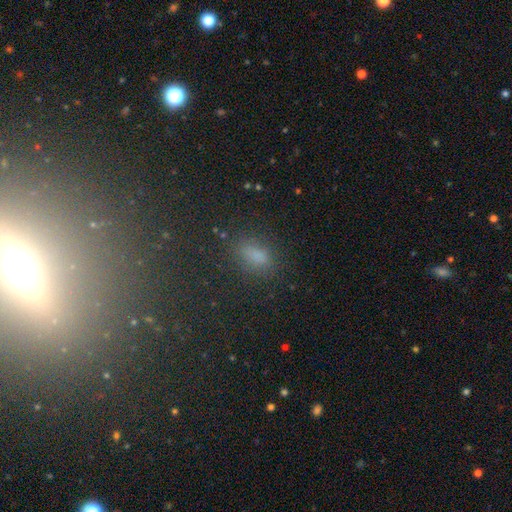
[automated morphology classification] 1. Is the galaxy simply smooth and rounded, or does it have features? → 71% smooth, 21% star or artifact, 8% featured or disk.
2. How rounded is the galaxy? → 83% in between, 10% round, 7% cigar-shaped.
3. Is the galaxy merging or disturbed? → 77% none, 14% minor disturbance, 6% major disturbance, 3% merger.